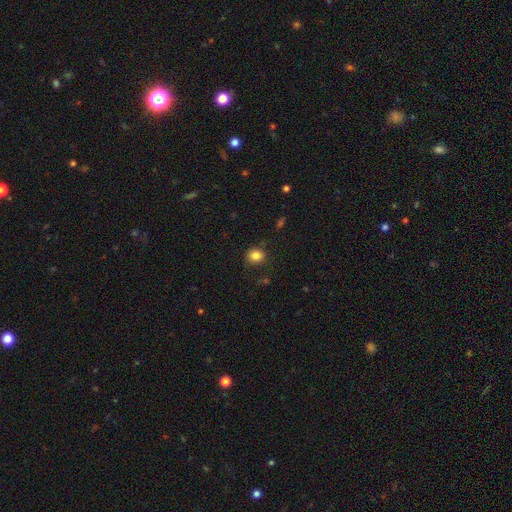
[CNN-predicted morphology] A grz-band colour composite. It shows a smooth galaxy with no disk features (83%) that is round (78%). Merging: none (84%).